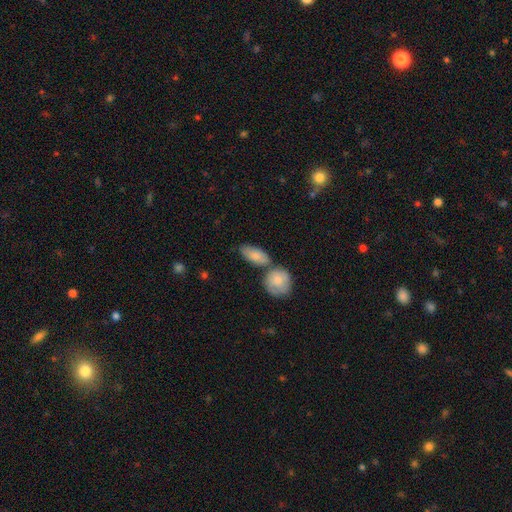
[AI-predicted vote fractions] This appears to be a smooth galaxy with no disk features (80%) that is in between round and cigar-shaped (84%). Merging: none (49%).